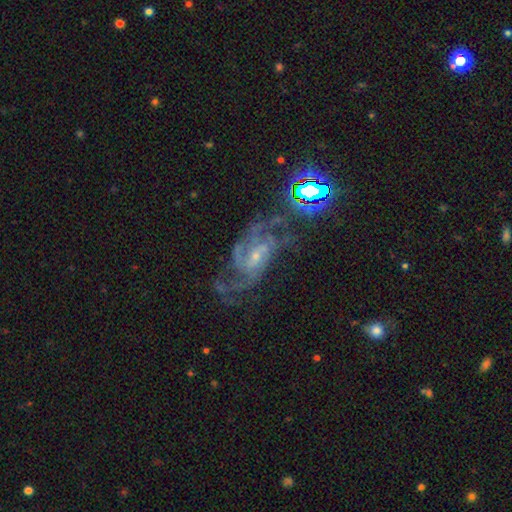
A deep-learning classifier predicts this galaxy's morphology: This is likely a featured or disk galaxy (79%). It is clearly not viewed edge-on (96%). Bar: marginally weak (44%). Spiral arm pattern: clearly yes (95%). Spiral arm count: marginally 2 (28%). Spiral winding: possibly medium (47%). Central bulge: likely small (70%). Merging: possibly none (60%).